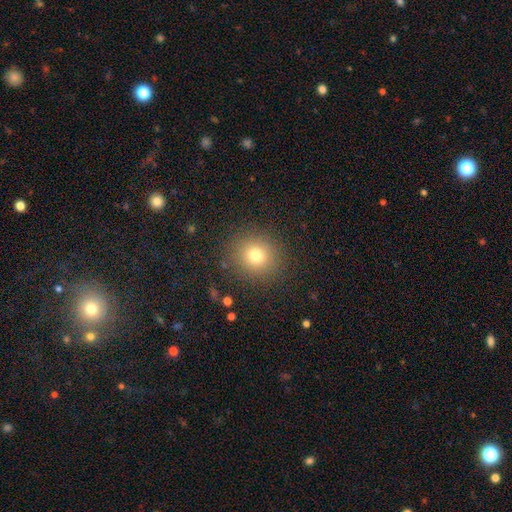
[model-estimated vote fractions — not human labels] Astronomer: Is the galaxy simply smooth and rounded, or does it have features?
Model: smooth — 74%.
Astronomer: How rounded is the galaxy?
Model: round — 89%.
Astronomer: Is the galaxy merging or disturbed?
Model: none — 88%.